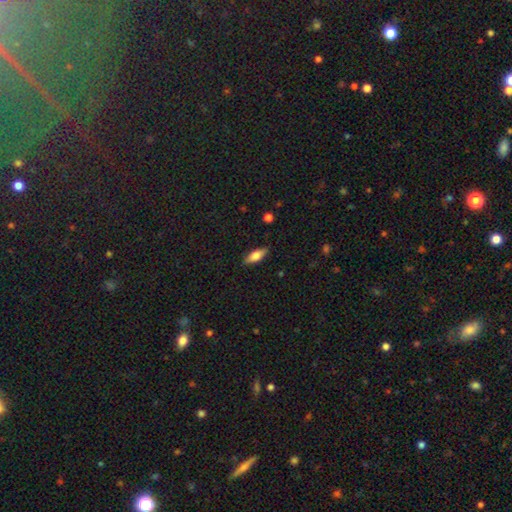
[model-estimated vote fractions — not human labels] smooth-or-featured: smooth: 66% | featured or disk: 28% | star or artifact: 7%
  how-rounded: in between: 62% | cigar-shaped: 35% | round: 3%
  merging: none: 86% | minor disturbance: 11% | major disturbance: 2% | merger: 1%